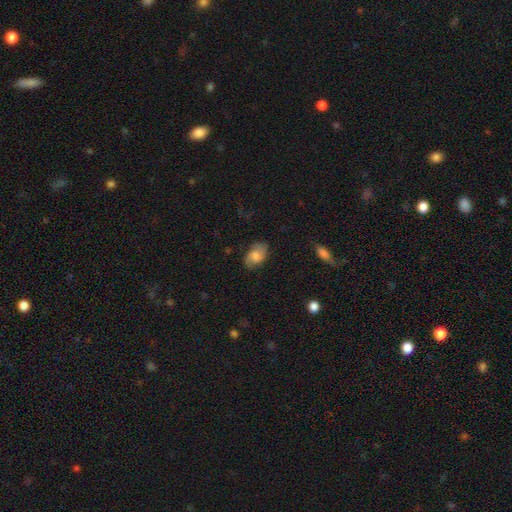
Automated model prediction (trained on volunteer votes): smooth-or-featured: smooth: 66% | featured or disk: 26% | star or artifact: 8%
  how-rounded: in between: 87% | round: 12% | cigar-shaped: 2%
  merging: none: 70% | minor disturbance: 22% | major disturbance: 7% | merger: 1%